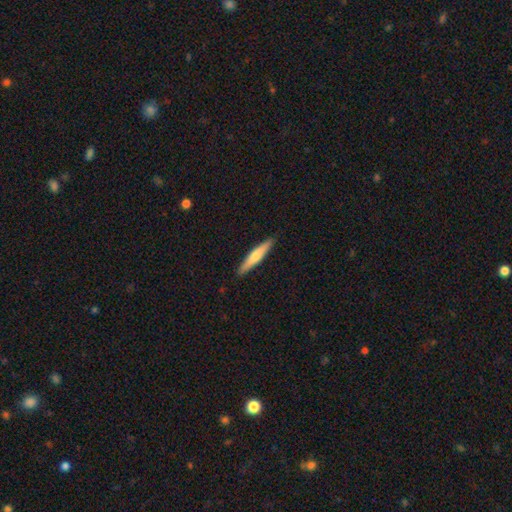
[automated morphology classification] type=smooth (57%); roundness=cigar-shaped (92%); merging=none (91%).